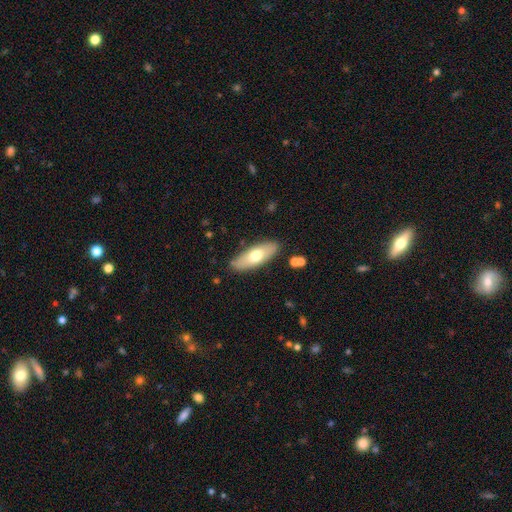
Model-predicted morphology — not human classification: smooth 64%, featured or disk 30%, star or artifact 6%. Down the decision tree: how rounded — in between (68%); merging — none (86%).